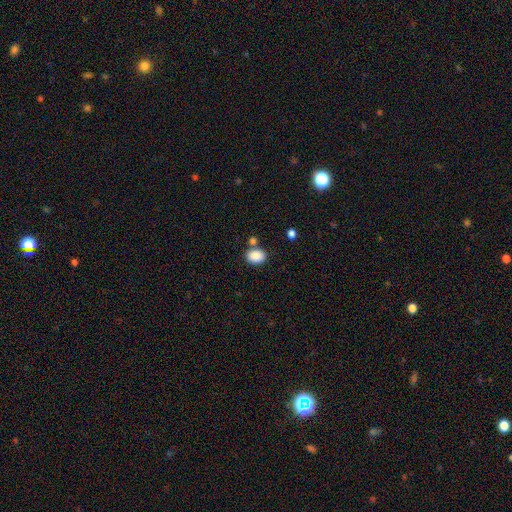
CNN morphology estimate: smooth_or_featured: smooth (p=0.88) [alt: star or artifact p=0.08]
how_rounded: in between (p=0.71) [alt: round p=0.28]
merging: none (p=0.72) [alt: merger p=0.13]